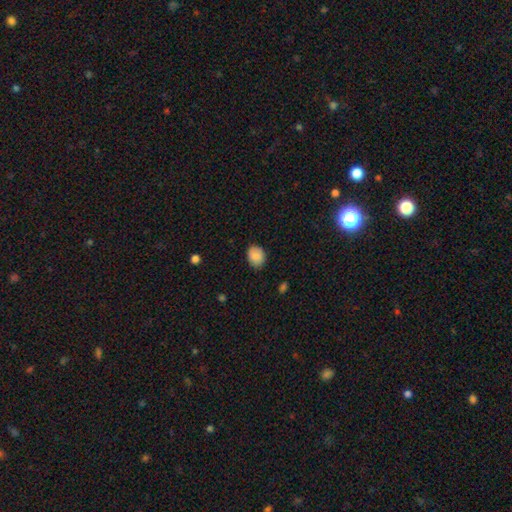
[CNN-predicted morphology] Q: Smooth or featured?
A: smooth (87%); runner-up: star or artifact (8%)
Q: How rounded?
A: in between (54%); runner-up: round (46%)
Q: Merging?
A: none (82%); runner-up: minor disturbance (14%)